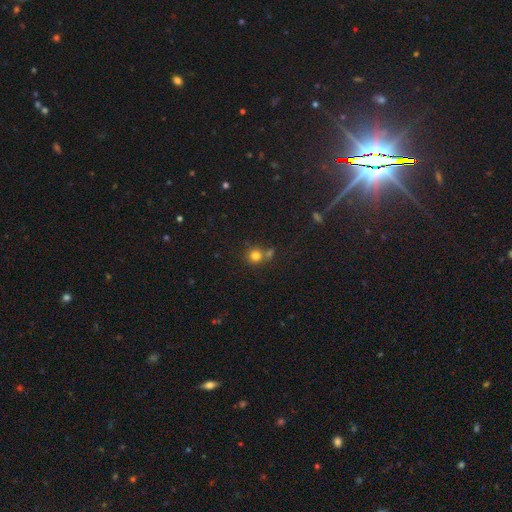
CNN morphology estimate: smooth_or_featured: smooth (p=0.78) [alt: star or artifact p=0.14]
how_rounded: round (p=0.91) [alt: in between p=0.08]
merging: none (p=0.62) [alt: merger p=0.26]